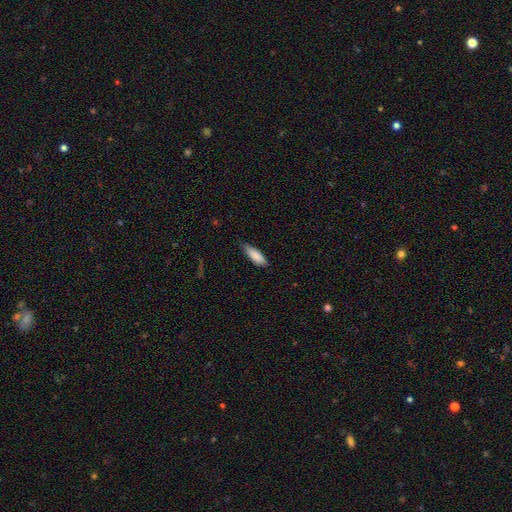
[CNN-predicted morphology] The model was most divided on "how rounded": in between: 58%, cigar-shaped: 41%, round: 2%. More confident: smooth or featured — smooth (87%); merging — none (71%).